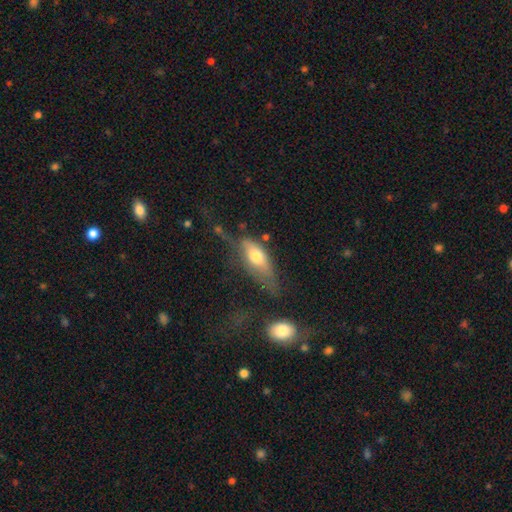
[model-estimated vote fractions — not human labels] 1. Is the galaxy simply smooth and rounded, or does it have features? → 56% smooth, 36% featured or disk, 8% star or artifact.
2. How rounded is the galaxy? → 72% in between, 24% cigar-shaped, 4% round.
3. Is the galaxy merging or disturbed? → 35% none, 30% major disturbance, 27% minor disturbance, 8% merger.